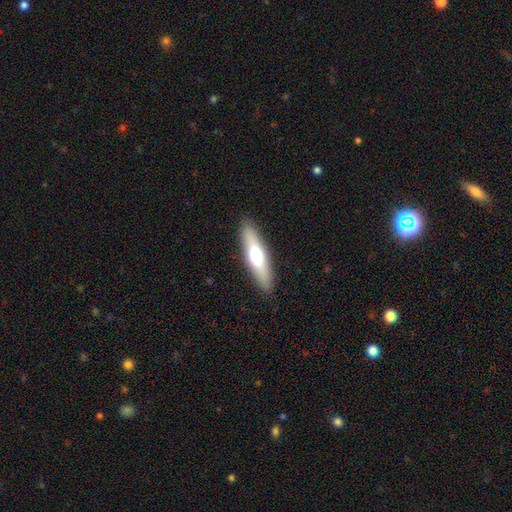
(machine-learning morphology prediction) A smooth galaxy with no disk features (57%) that is cigar-shaped (71%). Merging: none (89%).